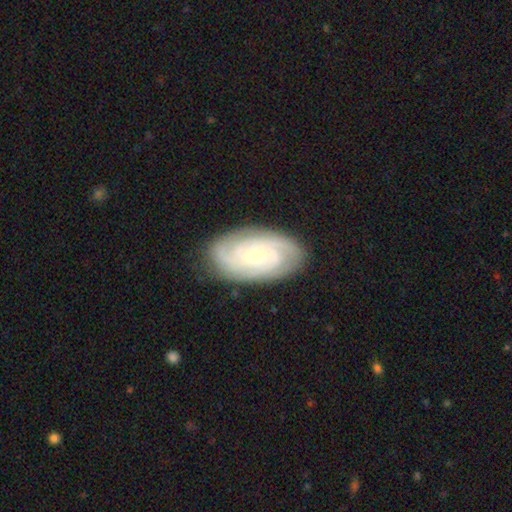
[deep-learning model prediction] Q: Smooth or featured?
A: featured or disk (83%); runner-up: smooth (11%)
Q: Edge-on disk?
A: no (96%); runner-up: yes (4%)
Q: Bar?
A: no (56%); runner-up: weak (36%)
Q: Spiral arms?
A: yes (97%); runner-up: no (3%)
Q: Spiral winding?
A: tight (71%); runner-up: medium (25%)
Q: Spiral arm count?
A: 3 (32%); runner-up: can't tell (22%)
Q: Bulge size?
A: small (63%); runner-up: moderate (34%)
Q: Merging?
A: none (84%); runner-up: minor disturbance (12%)